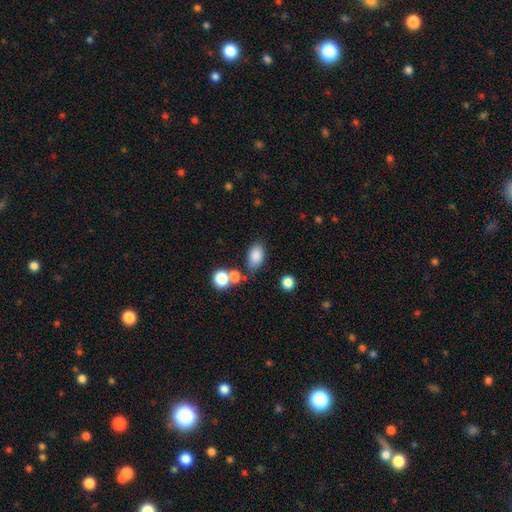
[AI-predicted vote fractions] smooth 84%, star or artifact 10%, featured or disk 6%. Down the decision tree: how rounded — in between (87%); merging — none (70%).